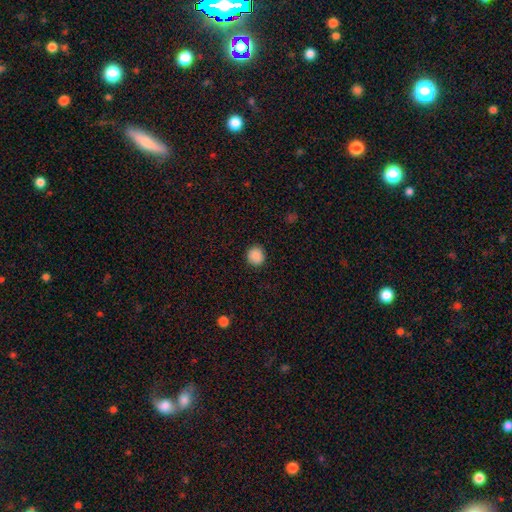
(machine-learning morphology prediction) Smooth or featured: smooth — 89% (star or artifact — 9%)
How rounded: round — 91% (in between — 8%)
Merging: none — 91% (minor disturbance — 6%)